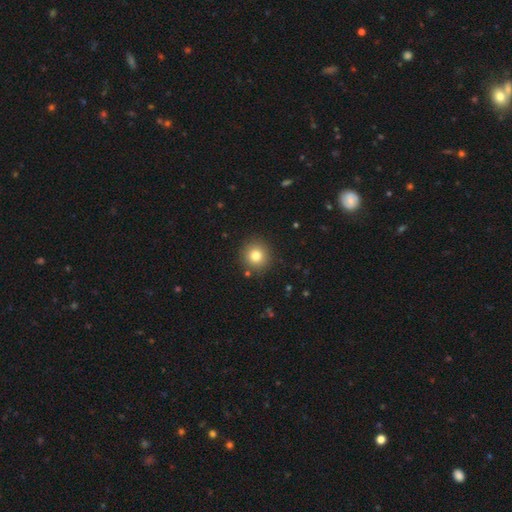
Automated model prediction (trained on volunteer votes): This appears to be a smooth galaxy with no disk features (80%) that is round (93%). Merging: none (89%).